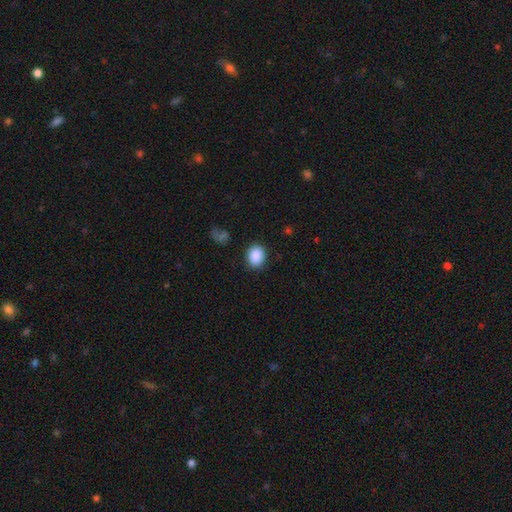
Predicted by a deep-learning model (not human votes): Overall: smooth (89%). How rounded: in between (50%; round 49%). Merging: none (87%).